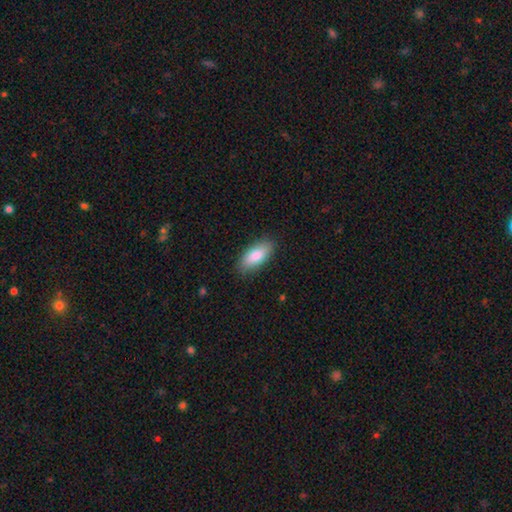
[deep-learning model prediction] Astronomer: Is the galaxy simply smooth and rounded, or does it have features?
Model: smooth — 86%.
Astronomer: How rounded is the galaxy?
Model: in between — 86%.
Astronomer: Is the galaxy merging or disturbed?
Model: none — 86%.